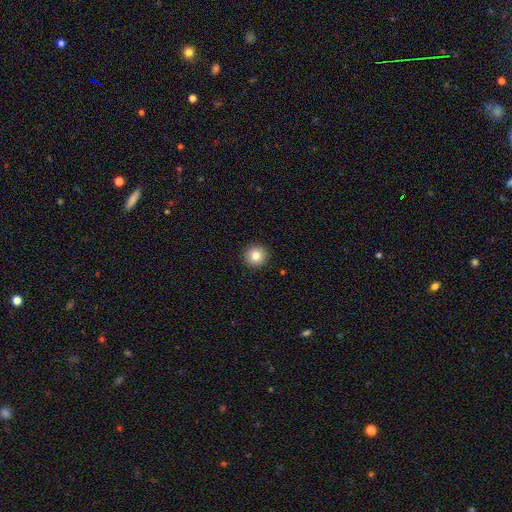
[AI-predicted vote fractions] smooth_or_featured: smooth (p=0.82) [alt: star or artifact p=0.10]
how_rounded: round (p=0.96) [alt: in between p=0.04]
merging: none (p=0.93) [alt: minor disturbance p=0.05]